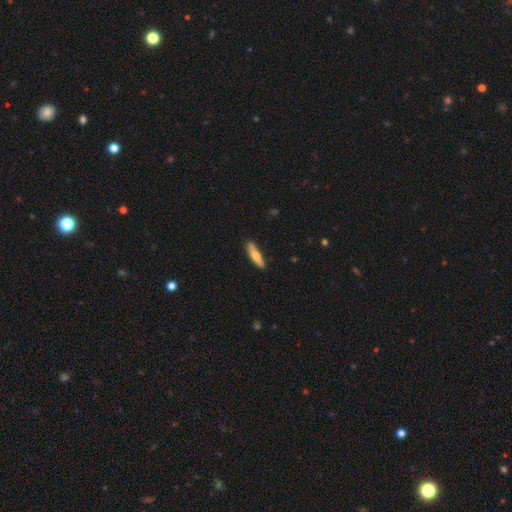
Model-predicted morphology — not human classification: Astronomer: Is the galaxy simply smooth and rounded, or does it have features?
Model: smooth — 62%.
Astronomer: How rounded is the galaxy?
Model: cigar-shaped — 75%.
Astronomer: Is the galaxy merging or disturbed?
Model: none — 84%.